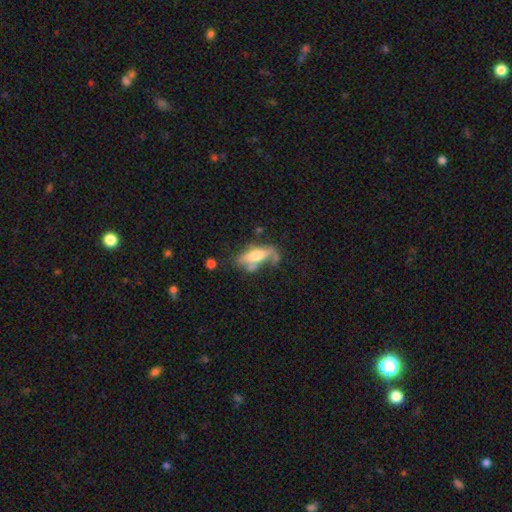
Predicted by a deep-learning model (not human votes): smooth-or-featured: smooth: 48% | featured or disk: 45% | star or artifact: 7%
  merging: none: 39% | minor disturbance: 24% | major disturbance: 21% | merger: 16%